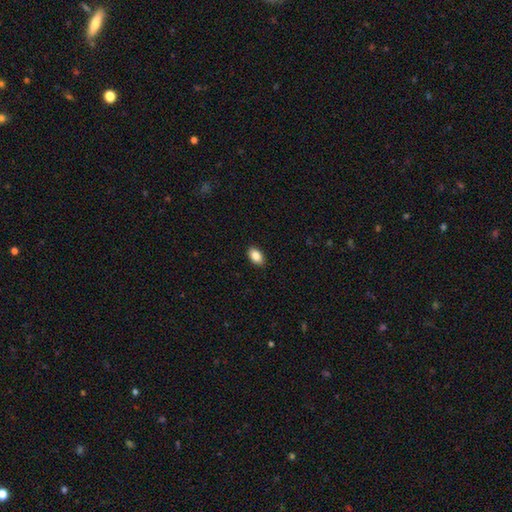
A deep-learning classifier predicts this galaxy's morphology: Smooth or featured: smooth — 88% (star or artifact — 7%)
How rounded: in between — 91% (round — 7%)
Merging: none — 90% (minor disturbance — 8%)